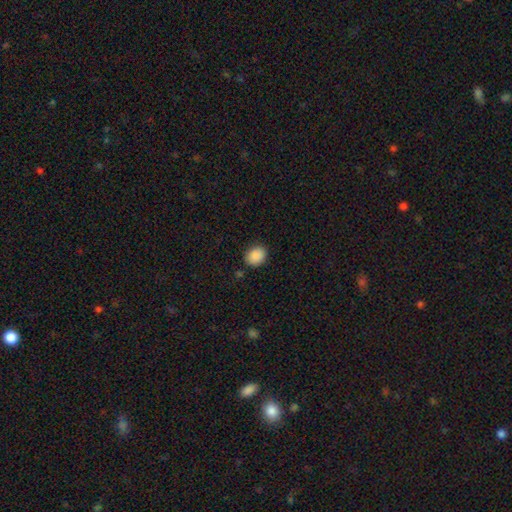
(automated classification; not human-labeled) Q: Smooth or featured?
A: smooth (89%); runner-up: star or artifact (8%)
Q: How rounded?
A: round (57%); runner-up: in between (42%)
Q: Merging?
A: none (86%); runner-up: minor disturbance (10%)